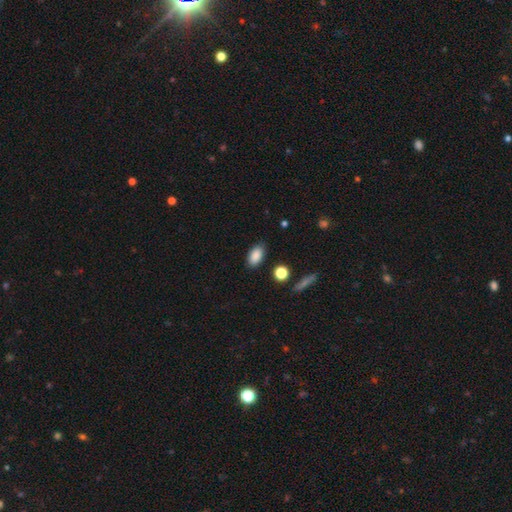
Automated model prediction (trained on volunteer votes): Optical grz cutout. It shows a smooth galaxy with no disk features (88%) that is in between round and cigar-shaped (91%). Merging: none (85%).